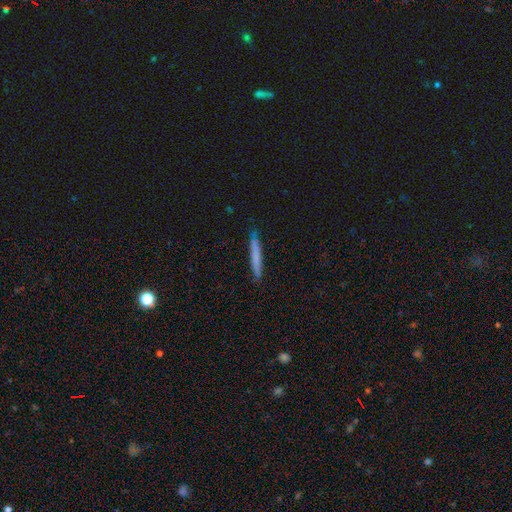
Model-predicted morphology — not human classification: The model was most divided on "smooth or featured": smooth: 67%, featured or disk: 27%, star or artifact: 6%. More confident: how rounded — cigar-shaped (97%); merging — none (88%).